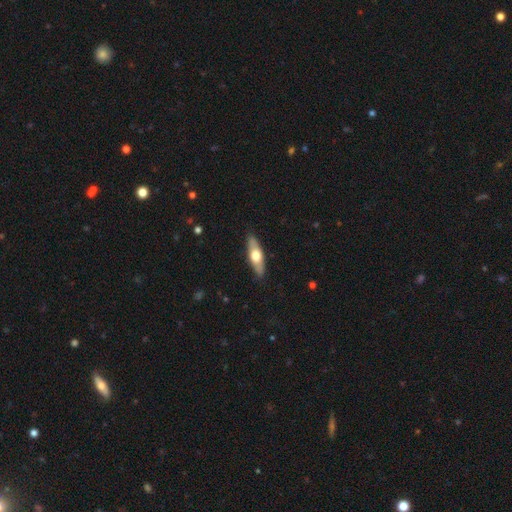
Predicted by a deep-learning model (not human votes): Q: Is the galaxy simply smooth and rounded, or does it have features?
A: smooth — 51%.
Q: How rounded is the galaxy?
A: cigar-shaped — 51%.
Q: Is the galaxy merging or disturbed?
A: none — 88%.